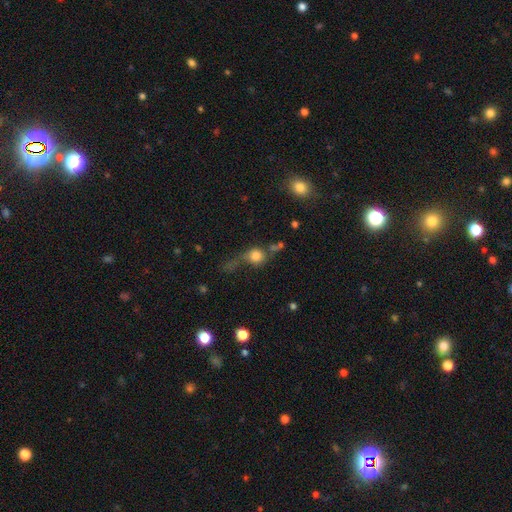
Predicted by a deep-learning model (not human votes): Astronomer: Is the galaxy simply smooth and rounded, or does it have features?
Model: smooth — 71%.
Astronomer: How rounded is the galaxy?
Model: round — 79%.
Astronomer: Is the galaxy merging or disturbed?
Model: major disturbance — 34% (runner-up: none, 31%).